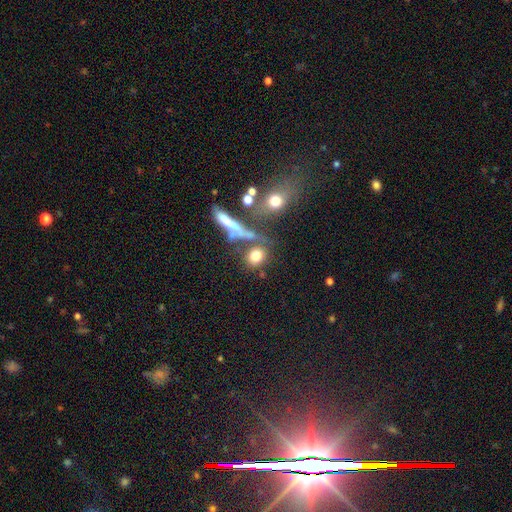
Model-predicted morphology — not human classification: Q: Smooth or featured?
A: smooth (75%); runner-up: featured or disk (13%)
Q: How rounded?
A: round (60%); runner-up: in between (31%)
Q: Merging?
A: none (58%); runner-up: merger (22%)